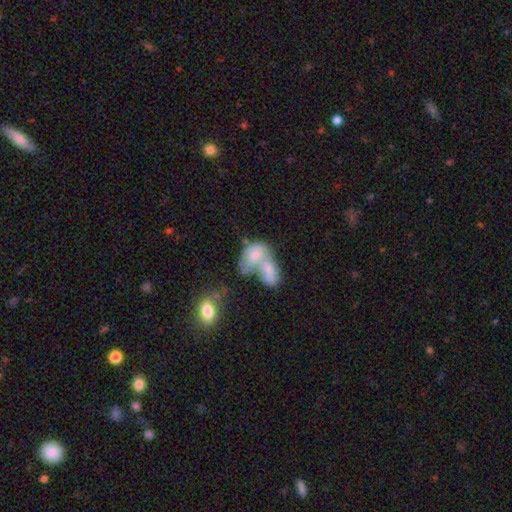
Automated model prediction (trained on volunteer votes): Smooth or featured?
  - smooth: 62% *
  - featured or disk: 31%
  - star or artifact: 7%
How rounded?
  - in between: 89% *
  - round: 9%
  - cigar-shaped: 2%
Merging?
  - merger: 78% *
  - none: 10%
  - minor disturbance: 6%
  - major disturbance: 6%